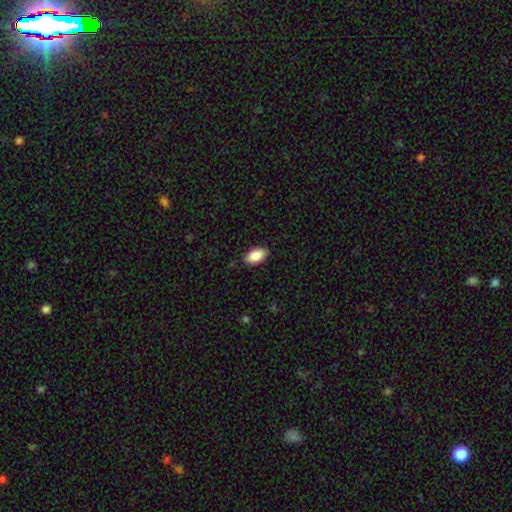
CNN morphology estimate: Smooth or featured? Predicted: smooth (p=0.88). How rounded? Predicted: in between (p=0.94). Merging? Predicted: none (p=0.87).